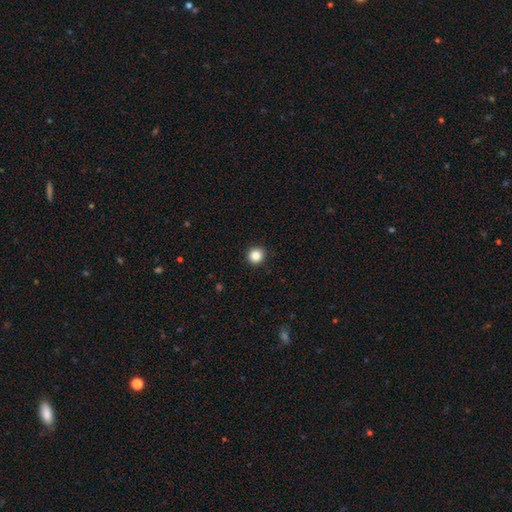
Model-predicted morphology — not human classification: The model was most divided on "smooth or featured": smooth: 85%, star or artifact: 11%, featured or disk: 4%. More confident: how rounded — round (94%); merging — none (92%).